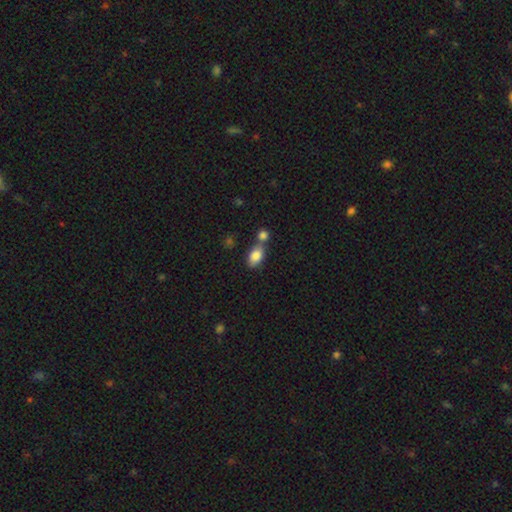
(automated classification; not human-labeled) A smooth galaxy with no disk features (85%) that is in between round and cigar-shaped (87%).

Vote fractions:
- Smooth or featured? smooth: 85% / star or artifact: 8% / featured or disk: 8%
- How rounded? in between: 87% / round: 10% / cigar-shaped: 3%
- Merging? none: 48% / merger: 38% / minor disturbance: 11% / major disturbance: 4%